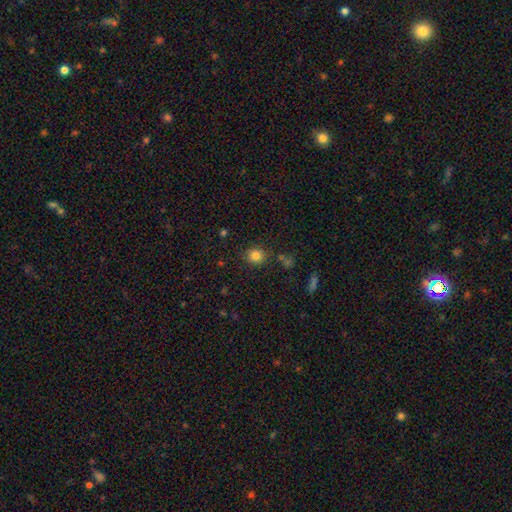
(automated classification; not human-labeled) A smooth galaxy with no disk features (82%) that is round (85%).

Vote fractions:
- Smooth or featured? smooth: 82% / star or artifact: 12% / featured or disk: 6%
- How rounded? round: 85% / in between: 14% / cigar-shaped: 1%
- Merging? none: 85% / minor disturbance: 9% / merger: 3% / major disturbance: 3%